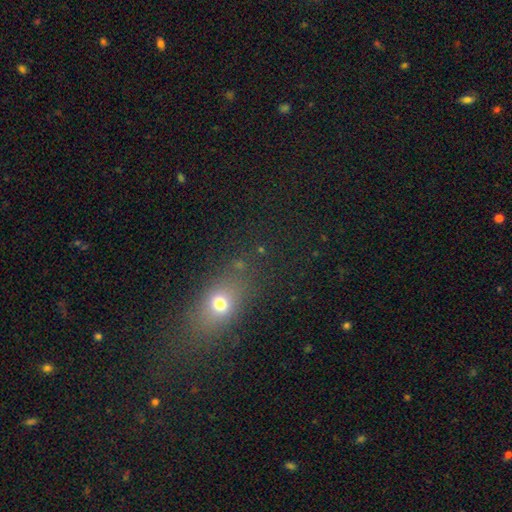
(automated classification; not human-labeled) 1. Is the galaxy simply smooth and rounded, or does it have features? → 54% smooth, 29% star or artifact, 18% featured or disk.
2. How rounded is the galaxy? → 51% in between, 26% round, 23% cigar-shaped.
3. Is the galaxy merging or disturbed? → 77% none, 14% minor disturbance, 6% major disturbance, 3% merger.